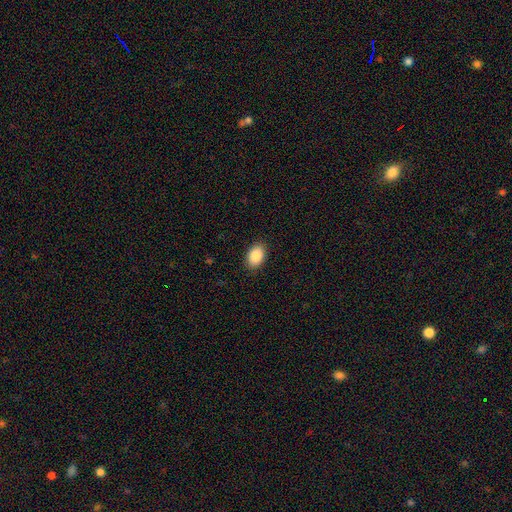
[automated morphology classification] This is clearly a smooth galaxy (89%). How rounded: clearly in between (89%). Merging: clearly none (89%).